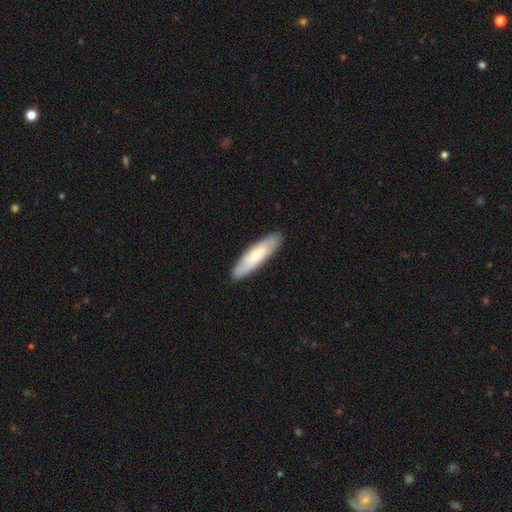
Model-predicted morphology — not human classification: This is likely a smooth galaxy (61%). How rounded: likely cigar-shaped (69%). Merging: clearly none (89%).